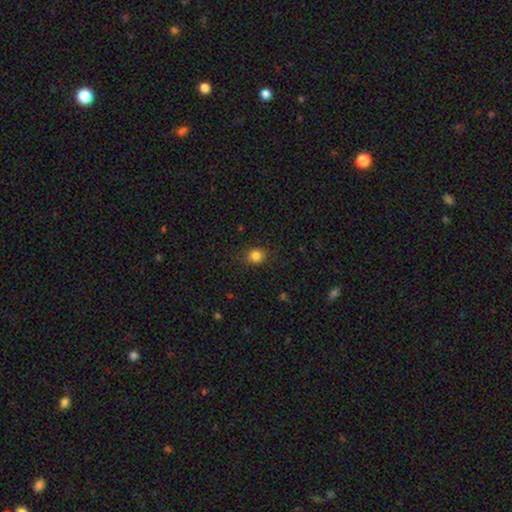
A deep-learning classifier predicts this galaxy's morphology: A smooth galaxy with no disk features (84%) that is round (77%).

Vote fractions:
- Smooth or featured? smooth: 84% / star or artifact: 12% / featured or disk: 4%
- How rounded? round: 77% / in between: 22% / cigar-shaped: 1%
- Merging? none: 87% / minor disturbance: 10% / major disturbance: 3% / merger: 1%